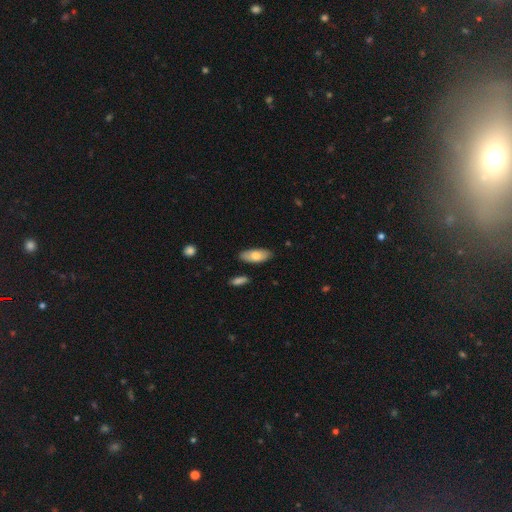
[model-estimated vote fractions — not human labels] The model was most divided on "smooth or featured": smooth: 76%, featured or disk: 19%, star or artifact: 6%. More confident: merging — none (84%); how rounded — in between (83%).